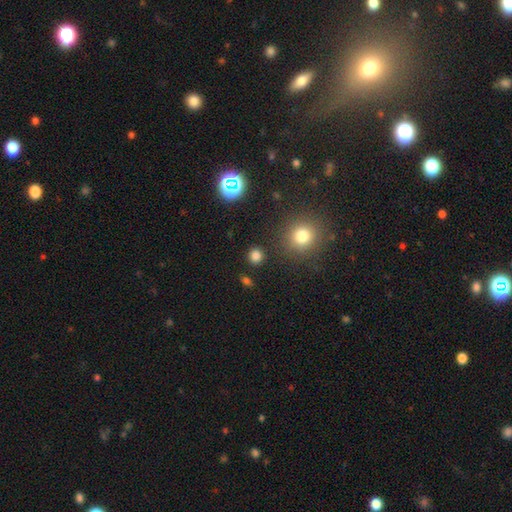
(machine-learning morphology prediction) A smooth galaxy with no disk features (79%) that is round (88%). Merging: none (88%).